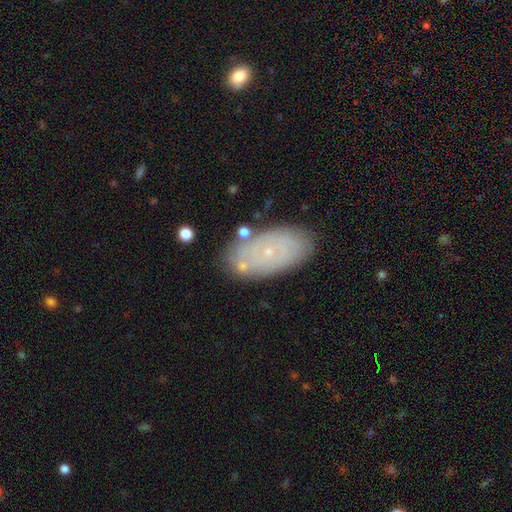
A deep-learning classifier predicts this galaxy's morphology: Smooth or featured: featured or disk — 64% (smooth — 28%)
Edge-on disk: no — 94% (yes — 6%)
Bar: no — 86% (weak — 12%)
Spiral arms: yes — 69% (no — 31%)
Bulge size: small — 86% (moderate — 10%)
Merging: none — 75% (minor disturbance — 16%)